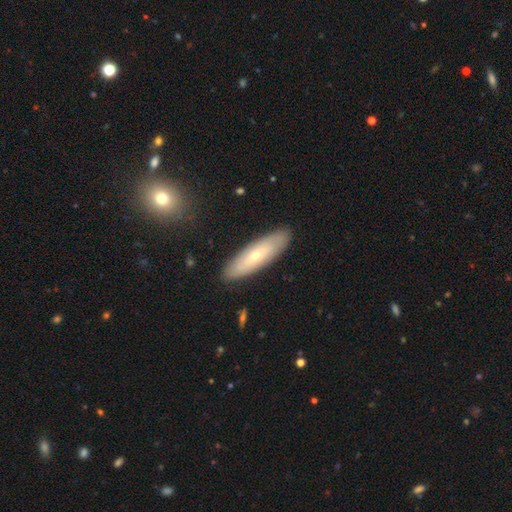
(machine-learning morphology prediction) Smooth or featured: smooth — 56% (featured or disk — 37%)
How rounded: cigar-shaped — 60% (in between — 38%)
Merging: none — 88% (minor disturbance — 9%)